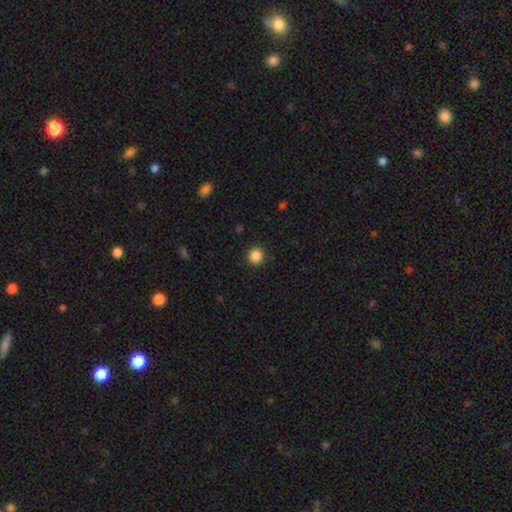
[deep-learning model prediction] Morphology: type=smooth (87%); roundness=round (94%); merging=none (91%).